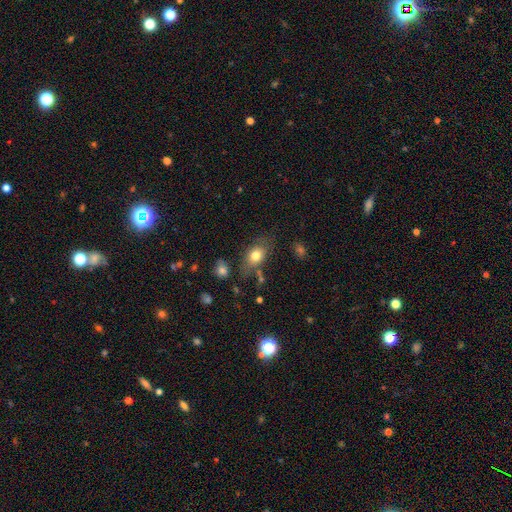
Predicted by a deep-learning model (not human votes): Q: Smooth or featured?
A: smooth (76%); runner-up: featured or disk (15%)
Q: How rounded?
A: in between (78%); runner-up: round (19%)
Q: Merging?
A: none (65%); runner-up: minor disturbance (21%)